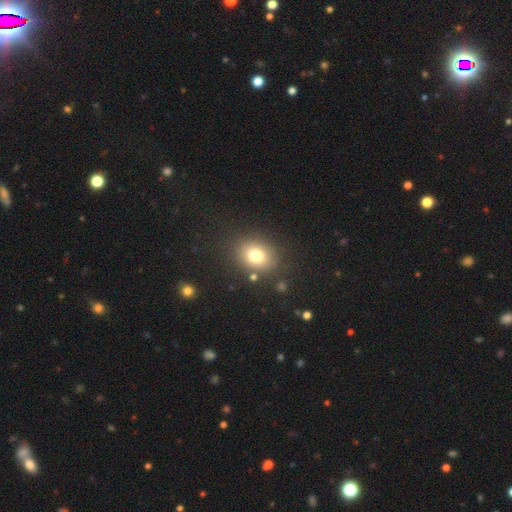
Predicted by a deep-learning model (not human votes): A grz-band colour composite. It shows a smooth galaxy with no disk features (76%) that is round (55%). Merging: none (83%).